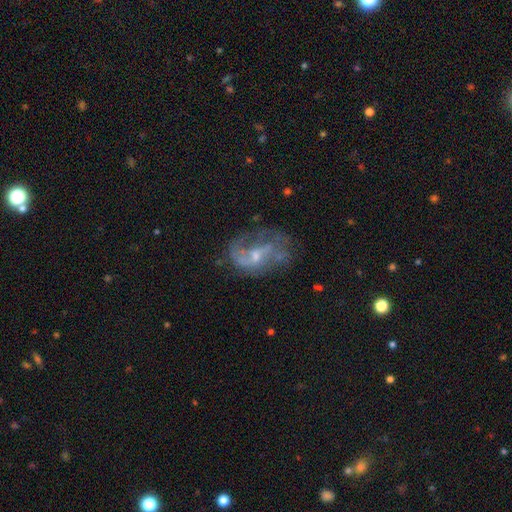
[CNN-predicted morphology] Smooth or featured?
  - featured or disk: 75% *
  - smooth: 16%
  - star or artifact: 9%
Edge-on disk?
  - no: 97% *
  - yes: 3%
Bar?
  - no: 48% *
  - weak: 43%
  - strong: 9%
Spiral arms?
  - yes: 71% *
  - no: 29%
Spiral winding?
  - loose: 48% *
  - medium: 37%
  - tight: 15%
Spiral arm count?
  - 2: 45% *
  - can't tell: 26%
  - 1: 17%
  - 3: 7%
  - 4: 3%
  - more than 4: 2%
Bulge size?
  - small: 54% *
  - moderate: 34%
  - none: 9%
  - large: 2%
  - dominant: 1%
Merging?
  - none: 45% *
  - major disturbance: 28%
  - minor disturbance: 22%
  - merger: 5%